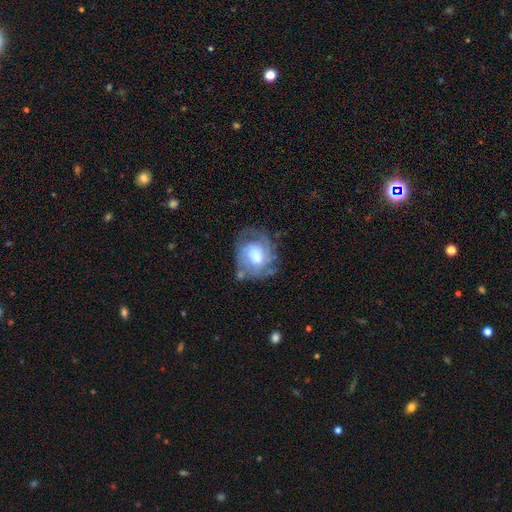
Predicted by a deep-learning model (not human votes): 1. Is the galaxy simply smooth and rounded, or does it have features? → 64% featured or disk, 29% smooth, 7% star or artifact.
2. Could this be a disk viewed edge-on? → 97% no, 3% yes.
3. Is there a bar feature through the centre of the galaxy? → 65% no, 29% weak, 5% strong.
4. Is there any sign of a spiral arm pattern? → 80% yes, 20% no.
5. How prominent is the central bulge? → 43% moderate, 30% large, 19% small, 4% none, 3% dominant.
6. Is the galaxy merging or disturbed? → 58% none, 24% minor disturbance, 14% major disturbance, 4% merger.